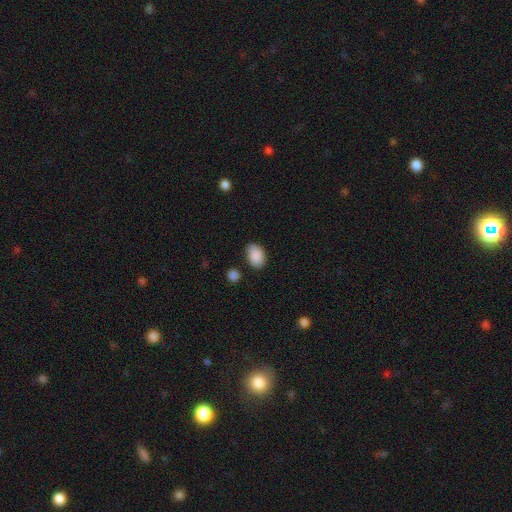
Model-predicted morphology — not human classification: smooth_or_featured: smooth (p=0.90) [alt: star or artifact p=0.07]
how_rounded: in between (p=0.86) [alt: round p=0.12]
merging: none (p=0.80) [alt: minor disturbance p=0.14]